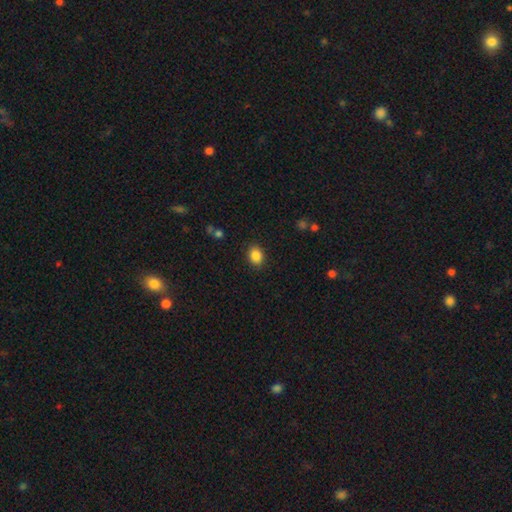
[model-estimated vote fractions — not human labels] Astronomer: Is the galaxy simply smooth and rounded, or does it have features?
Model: smooth — 87%.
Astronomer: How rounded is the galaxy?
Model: in between — 52% (runner-up: round, 47%).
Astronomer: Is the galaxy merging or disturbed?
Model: none — 87%.